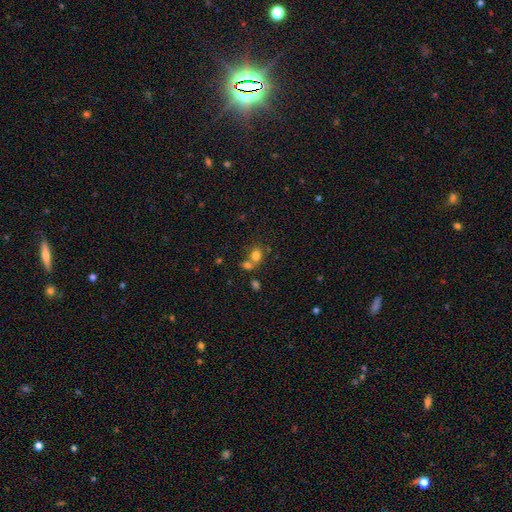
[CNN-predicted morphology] smooth_or_featured: smooth (p=0.77) [alt: star or artifact p=0.13]
how_rounded: round (p=0.51) [alt: in between p=0.48]
merging: merger (p=0.46) [alt: none p=0.40]